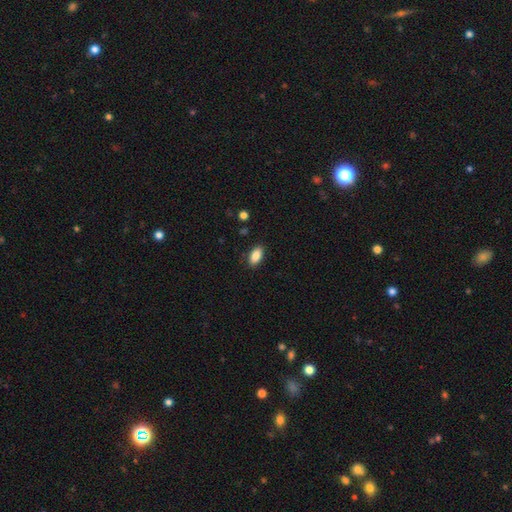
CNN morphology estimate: A smooth galaxy with no disk features (87%) that is in between round and cigar-shaped (92%). Merging: none (87%).